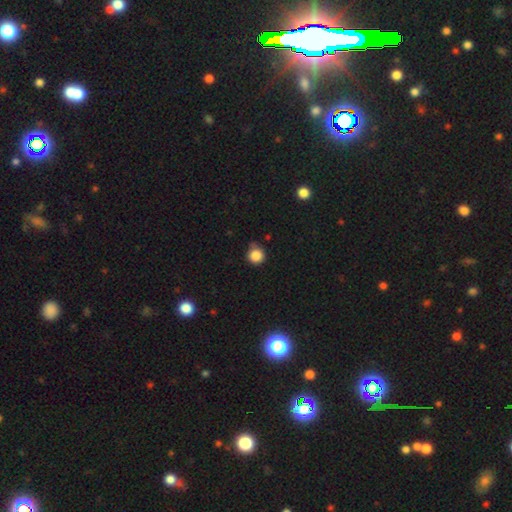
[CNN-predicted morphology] This appears to be a smooth galaxy with no disk features (85%) that is round (94%). Merging: none (74%).